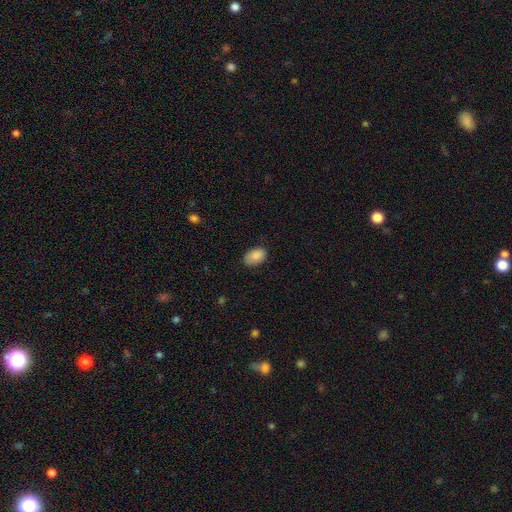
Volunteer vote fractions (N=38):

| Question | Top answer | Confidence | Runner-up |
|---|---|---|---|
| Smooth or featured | smooth | 92% | star or artifact (5%) |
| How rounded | in between | 89% | round (11%) |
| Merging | none | 86% | minor disturbance (11%) |